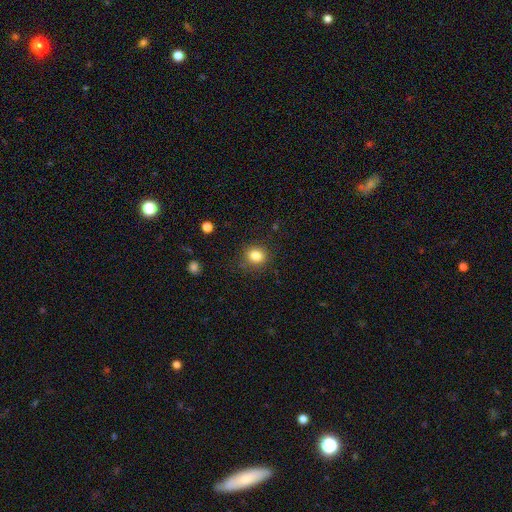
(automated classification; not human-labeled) Smooth or featured? Predicted: smooth (p=0.83). How rounded? Predicted: round (p=0.70). Merging? Predicted: none (p=0.83).